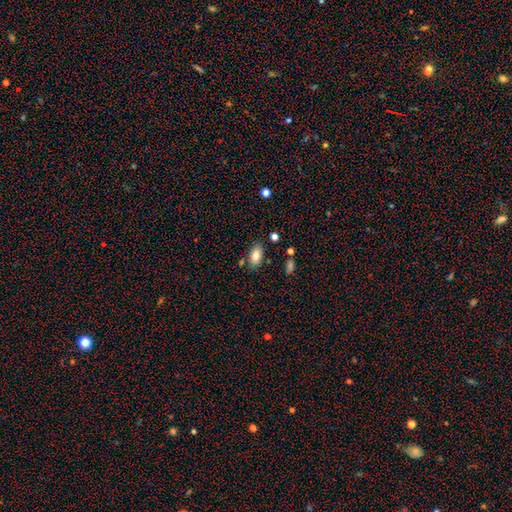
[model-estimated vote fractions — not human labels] Smooth or featured?
  - smooth: 82% *
  - featured or disk: 10%
  - star or artifact: 8%
How rounded?
  - in between: 91% *
  - round: 5%
  - cigar-shaped: 4%
Merging?
  - none: 79% *
  - minor disturbance: 13%
  - merger: 5%
  - major disturbance: 3%